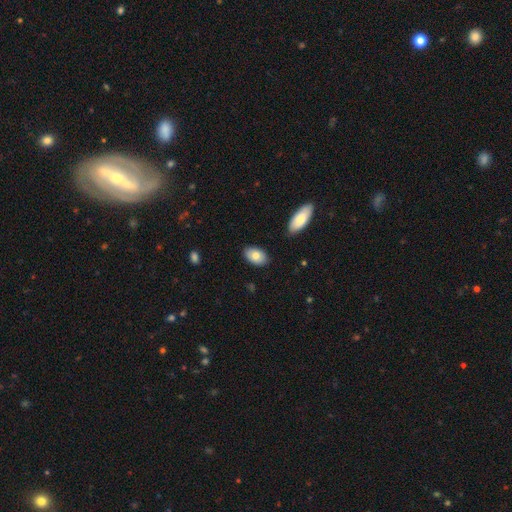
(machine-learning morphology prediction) smooth 78%, featured or disk 15%, star or artifact 7%. Down the decision tree: how rounded — in between (93%); merging — none (85%).